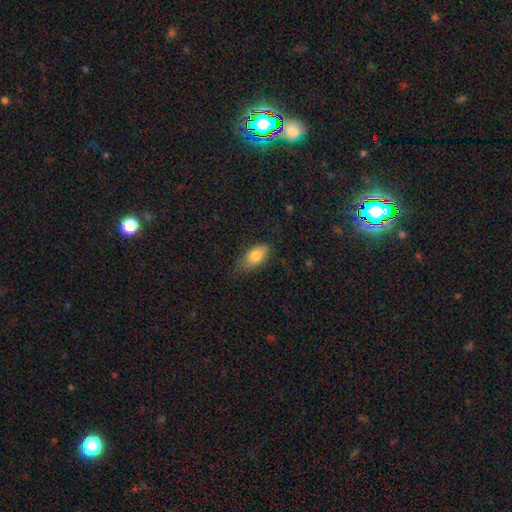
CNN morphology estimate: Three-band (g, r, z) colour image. It shows a smooth galaxy with no disk features (80%) that is in between round and cigar-shaped (89%). Merging: none (70%).